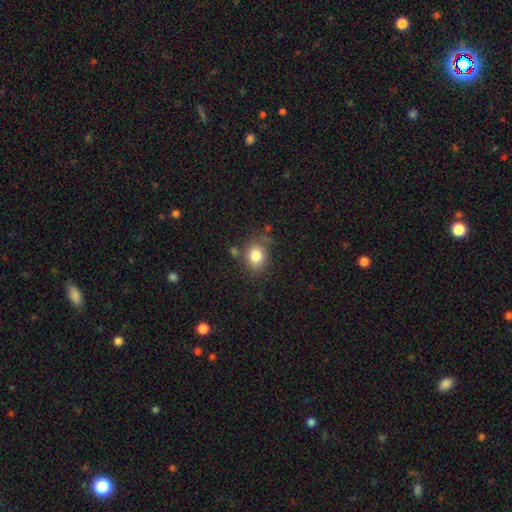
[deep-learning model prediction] Smooth or featured? Predicted: smooth (p=0.81). How rounded? Predicted: round (p=0.55). Merging? Predicted: none (p=0.66).